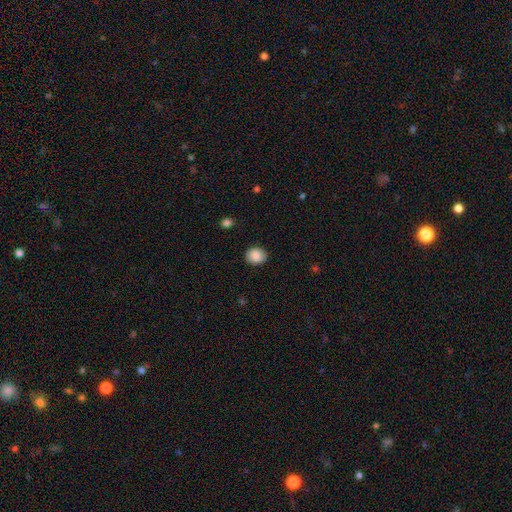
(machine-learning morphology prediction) smooth-or-featured: smooth: 88% | star or artifact: 8% | featured or disk: 5%
  how-rounded: round: 62% | in between: 37% | cigar-shaped: 1%
  merging: none: 89% | minor disturbance: 8% | major disturbance: 2% | merger: 1%